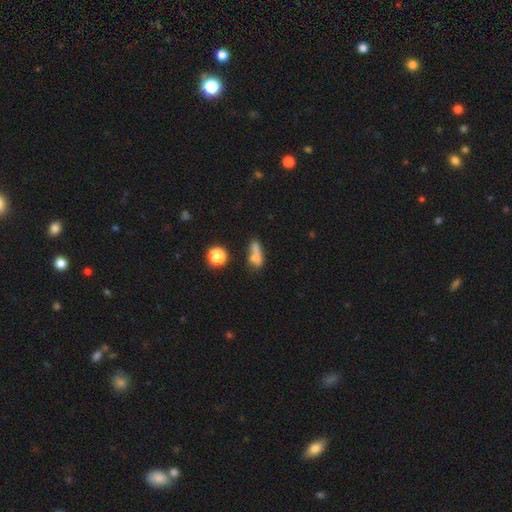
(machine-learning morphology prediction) This is likely a smooth galaxy (65%). How rounded: possibly in between (48%). Merging: marginally none (40%).